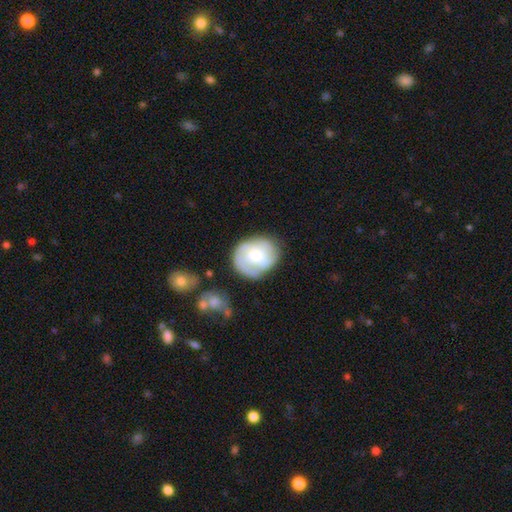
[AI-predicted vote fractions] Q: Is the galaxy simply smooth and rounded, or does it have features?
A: featured or disk — 60%.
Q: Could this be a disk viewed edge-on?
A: no — 97%.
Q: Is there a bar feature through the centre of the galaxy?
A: no — 65%.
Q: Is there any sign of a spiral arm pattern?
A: yes — 82%.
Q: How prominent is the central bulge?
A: moderate — 52%.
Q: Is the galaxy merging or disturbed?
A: none — 66%.